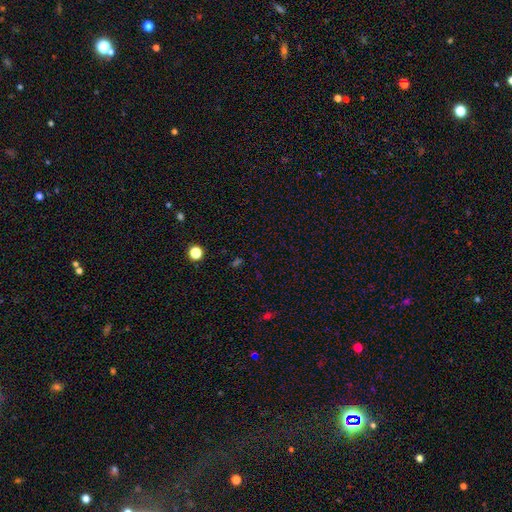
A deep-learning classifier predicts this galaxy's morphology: Smooth or featured? Predicted: star or artifact (p=0.56).